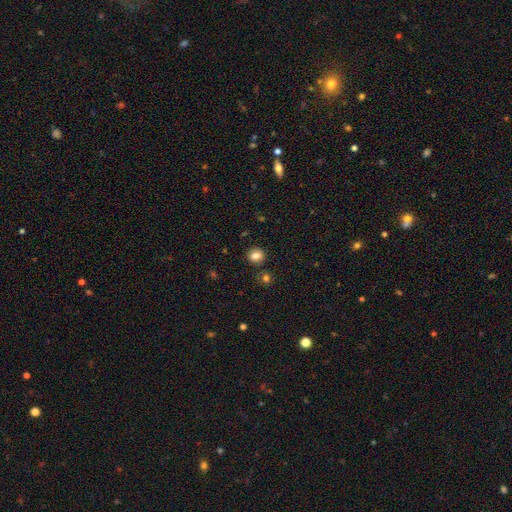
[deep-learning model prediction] This is clearly a smooth galaxy (82%). How rounded: likely round (71%). Merging: clearly none (85%).